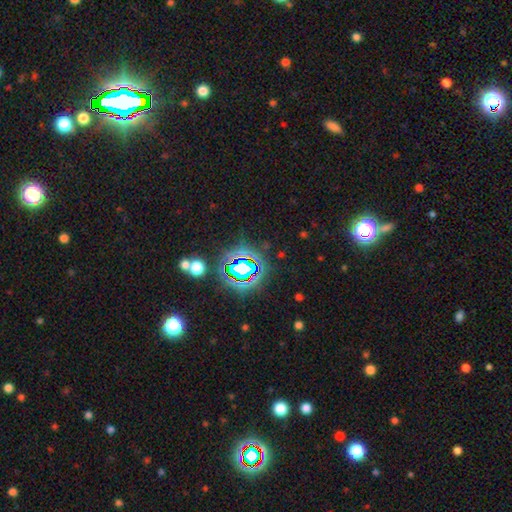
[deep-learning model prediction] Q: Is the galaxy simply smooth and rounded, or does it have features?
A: star or artifact — 79%.